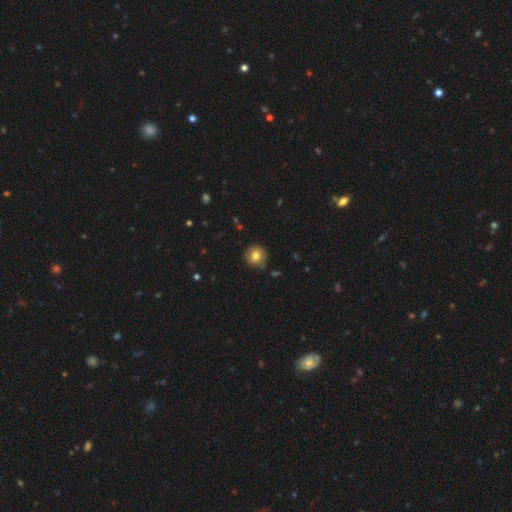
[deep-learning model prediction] This is likely a smooth galaxy (79%). How rounded: clearly round (93%). Merging: clearly none (84%).